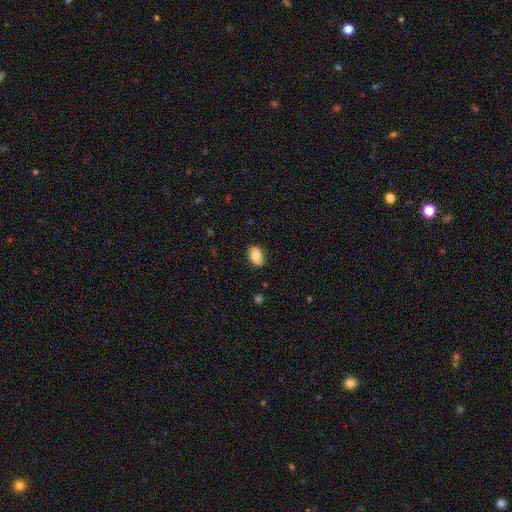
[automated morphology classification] A smooth galaxy with no disk features (69%) that is in between round and cigar-shaped (82%). Merging: none (81%).